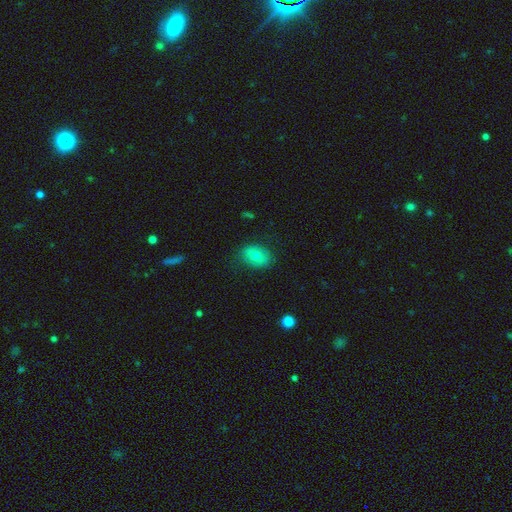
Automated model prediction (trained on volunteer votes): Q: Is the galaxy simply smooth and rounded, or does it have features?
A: smooth — 72%.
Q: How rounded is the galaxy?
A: in between — 69%.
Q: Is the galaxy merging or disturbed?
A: none — 78%.